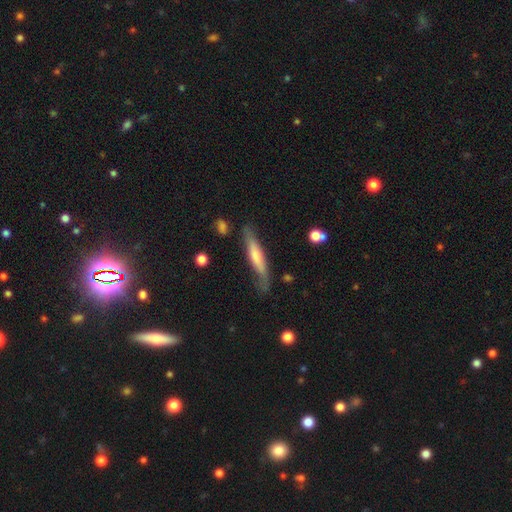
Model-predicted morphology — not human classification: This is possibly a smooth galaxy (48%). Merging: likely none (66%).